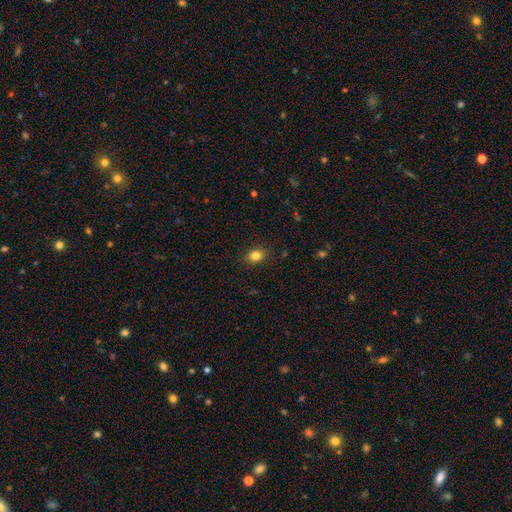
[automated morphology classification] Q: Smooth or featured?
A: smooth (83%); runner-up: star or artifact (11%)
Q: How rounded?
A: in between (56%); runner-up: round (43%)
Q: Merging?
A: none (87%); runner-up: minor disturbance (9%)